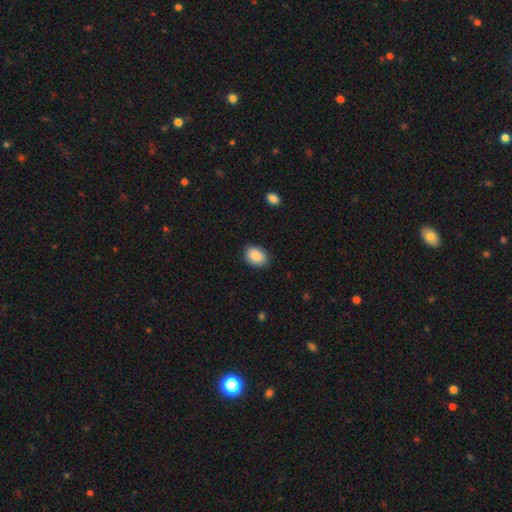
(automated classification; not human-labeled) A smooth galaxy with no disk features (89%) that is in between round and cigar-shaped (75%).

Vote fractions:
- Smooth or featured? smooth: 89% / star or artifact: 7% / featured or disk: 4%
- How rounded? in between: 75% / round: 24% / cigar-shaped: 1%
- Merging? none: 86% / minor disturbance: 10% / major disturbance: 2% / merger: 1%